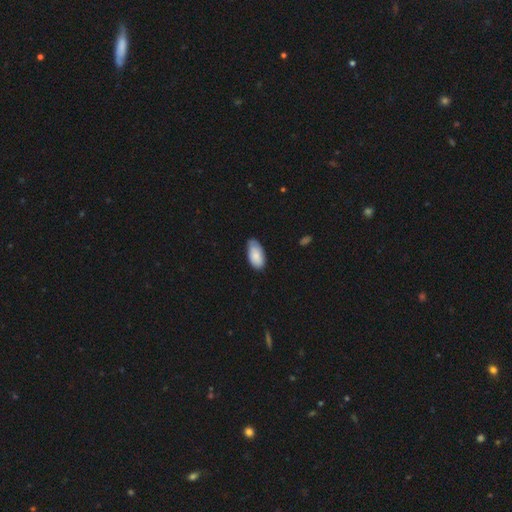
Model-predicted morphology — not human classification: A smooth galaxy with no disk features (82%) that is in between round and cigar-shaped (95%).

Vote fractions:
- Smooth or featured? smooth: 82% / featured or disk: 12% / star or artifact: 6%
- How rounded? in between: 95% / cigar-shaped: 3% / round: 2%
- Merging? none: 66% / minor disturbance: 29% / major disturbance: 4% / merger: 1%